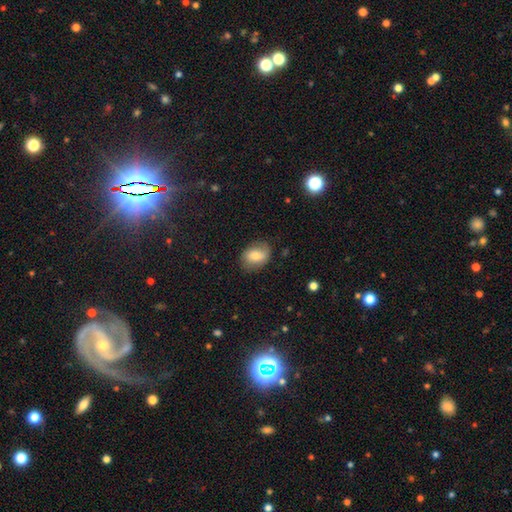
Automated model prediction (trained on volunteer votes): This is likely a smooth galaxy (72%). How rounded: likely in between (73%). Merging: likely none (74%).